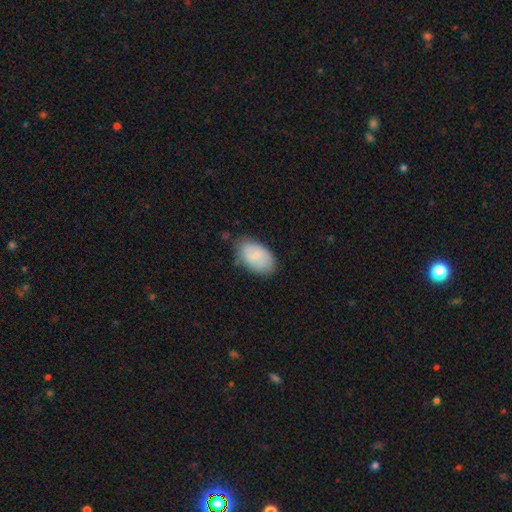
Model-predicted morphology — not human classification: Smooth or featured?
  - smooth: 74% *
  - featured or disk: 20%
  - star or artifact: 6%
How rounded?
  - in between: 93% *
  - round: 6%
  - cigar-shaped: 1%
Merging?
  - none: 73% *
  - minor disturbance: 21%
  - major disturbance: 4%
  - merger: 2%